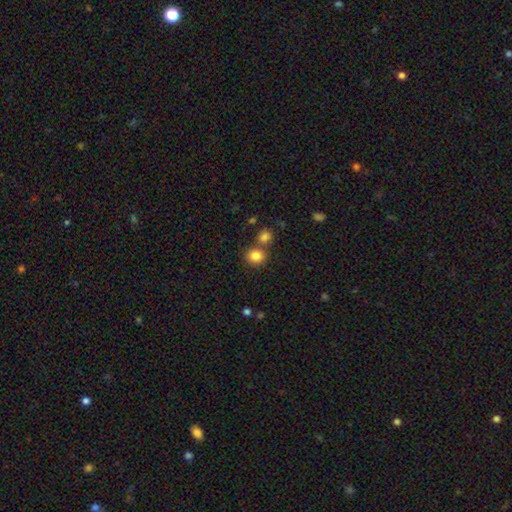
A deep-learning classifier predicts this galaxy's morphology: Overall: smooth (84%). How rounded: round (81%). Merging: none (64%; merger 25%).